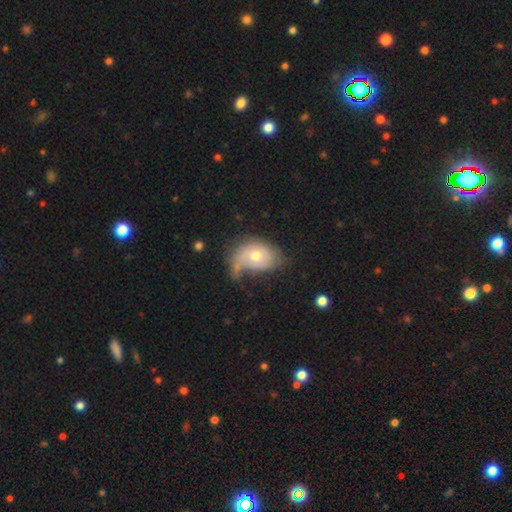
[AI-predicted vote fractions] A smooth galaxy with no disk features (53%) that is in between round and cigar-shaped (76%).

Vote fractions:
- Smooth or featured? smooth: 53% / featured or disk: 39% / star or artifact: 8%
- How rounded? in between: 76% / round: 23% / cigar-shaped: 1%
- Merging? none: 31% / minor disturbance: 30% / major disturbance: 28% / merger: 11%